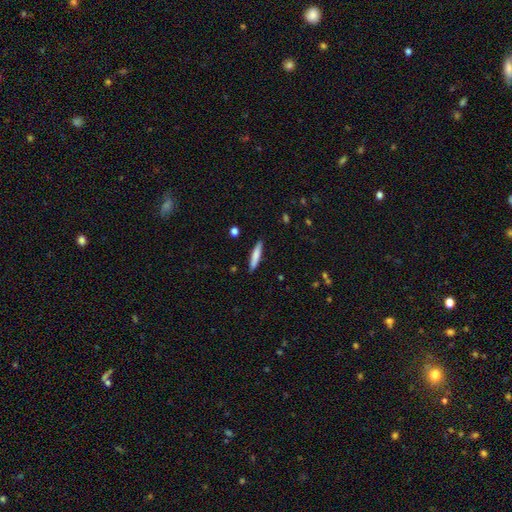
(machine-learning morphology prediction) Overall: smooth (75%). How rounded: cigar-shaped (90%). Merging: none (89%).